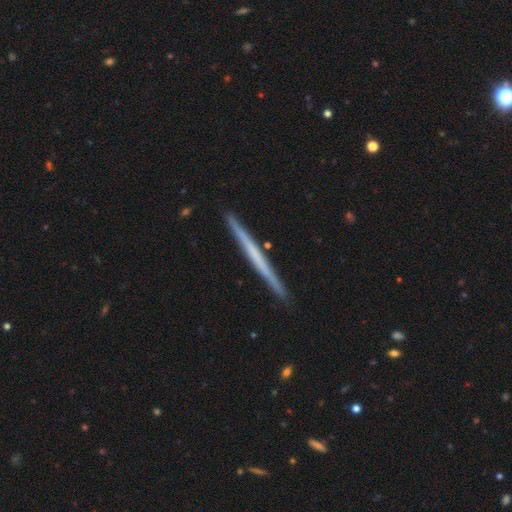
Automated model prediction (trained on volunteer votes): Smooth or featured? featured or disk (55%)
Edge-on disk? yes (98%)
Edge-on bulge? none (90%)
Merging? none (92%)